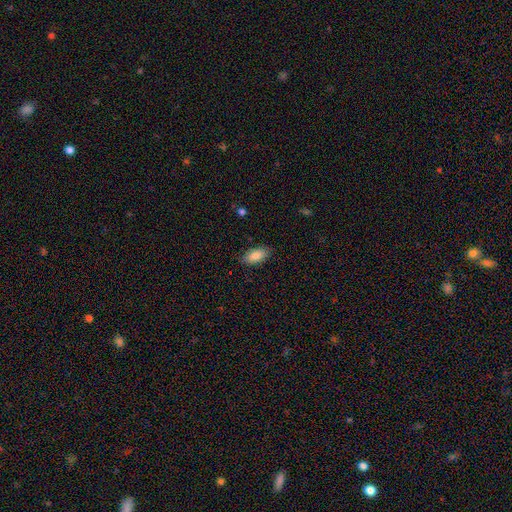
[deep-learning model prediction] Smooth or featured? Predicted: smooth (p=0.86). How rounded? Predicted: in between (p=0.90). Merging? Predicted: none (p=0.85).